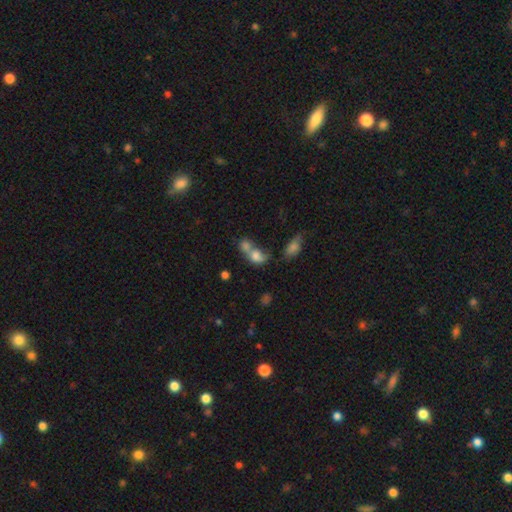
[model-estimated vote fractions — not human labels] Smooth or featured? Predicted: smooth (p=0.71). How rounded? Predicted: in between (p=0.63). Merging? Predicted: merger (p=0.64).